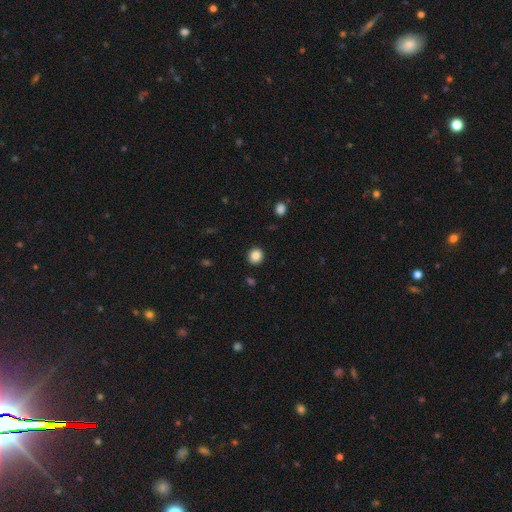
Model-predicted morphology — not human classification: This is clearly a smooth galaxy (86%). How rounded: clearly round (88%). Merging: clearly none (91%).